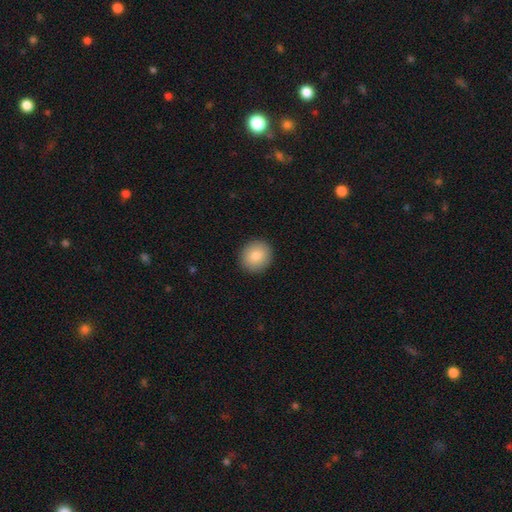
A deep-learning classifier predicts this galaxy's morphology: Smooth or featured?
  - smooth: 84% *
  - featured or disk: 8%
  - star or artifact: 8%
How rounded?
  - round: 83% *
  - in between: 16%
  - cigar-shaped: 1%
Merging?
  - none: 92% *
  - minor disturbance: 6%
  - major disturbance: 2%
  - merger: 1%